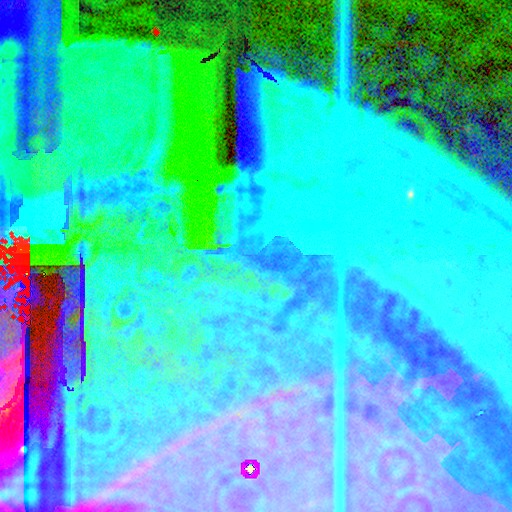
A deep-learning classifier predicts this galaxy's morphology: star or artifact 87%, featured or disk 8%, smooth 5%.